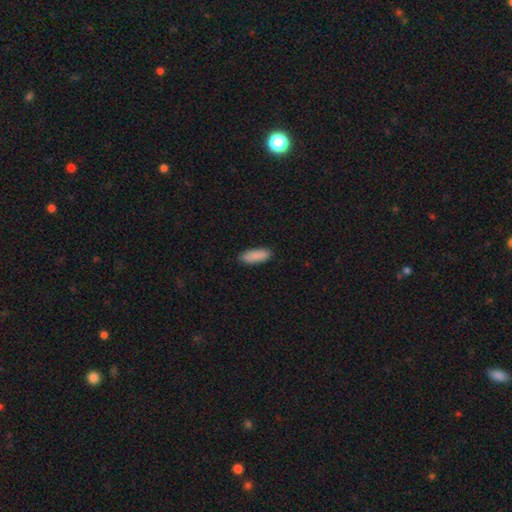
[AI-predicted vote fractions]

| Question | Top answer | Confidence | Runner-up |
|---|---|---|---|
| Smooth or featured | smooth | 90% | star or artifact (6%) |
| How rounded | in between | 73% | cigar-shaped (25%) |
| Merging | none | 86% | minor disturbance (11%) |